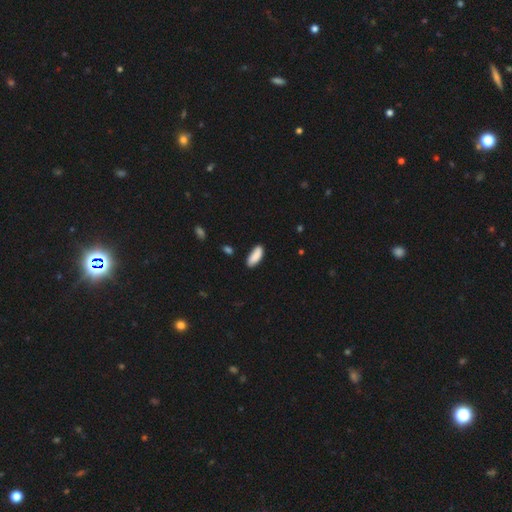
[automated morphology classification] smooth 88%, star or artifact 6%, featured or disk 6%. Down the decision tree: how rounded — in between (75%); merging — none (79%).